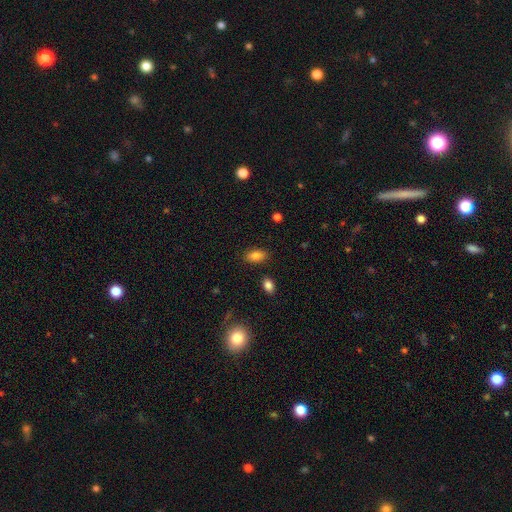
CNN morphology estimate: Q: Smooth or featured?
A: smooth (85%); runner-up: star or artifact (9%)
Q: How rounded?
A: in between (91%); runner-up: round (5%)
Q: Merging?
A: none (86%); runner-up: minor disturbance (9%)